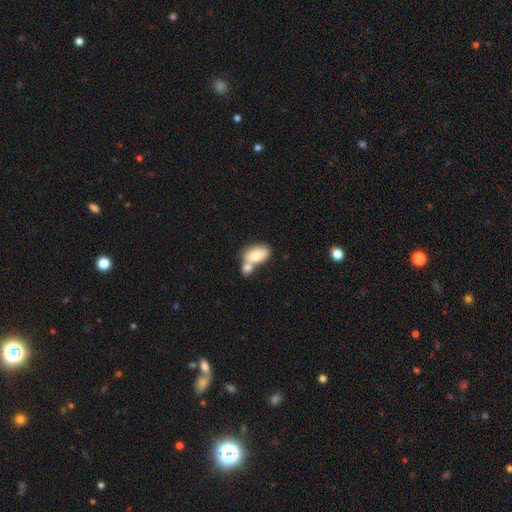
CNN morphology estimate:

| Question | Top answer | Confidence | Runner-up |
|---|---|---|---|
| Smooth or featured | smooth | 76% | featured or disk (17%) |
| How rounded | in between | 91% | round (7%) |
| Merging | merger | 57% | none (29%) |